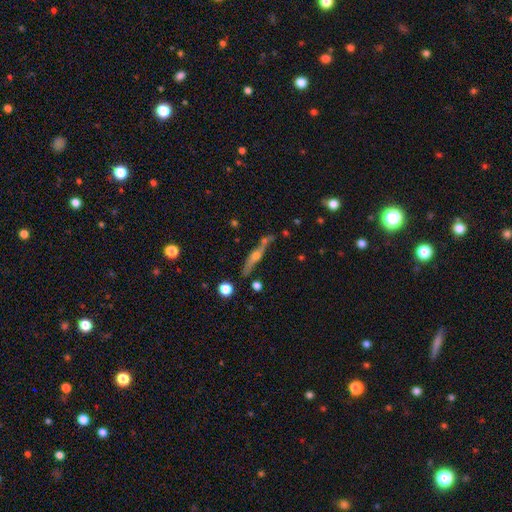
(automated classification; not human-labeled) Smooth or featured: featured or disk — 64% (smooth — 28%)
Edge-on disk: yes — 89% (no — 11%)
Edge-on bulge: rounded — 85% (none — 10%)
Merging: none — 65% (minor disturbance — 18%)